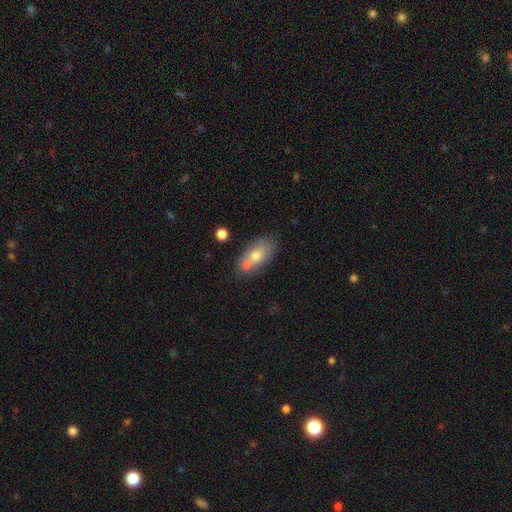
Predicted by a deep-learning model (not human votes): smooth_or_featured: smooth (p=0.68) [alt: featured or disk p=0.24]
how_rounded: in between (p=0.86) [alt: round p=0.08]
merging: none (p=0.55) [alt: merger p=0.26]